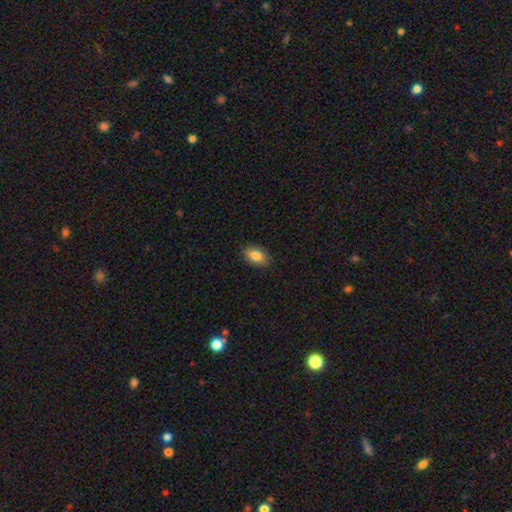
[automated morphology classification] smooth-or-featured: smooth: 84% | featured or disk: 8% | star or artifact: 7%
  how-rounded: in between: 88% | round: 11% | cigar-shaped: 1%
  merging: none: 88% | minor disturbance: 9% | major disturbance: 2% | merger: 1%